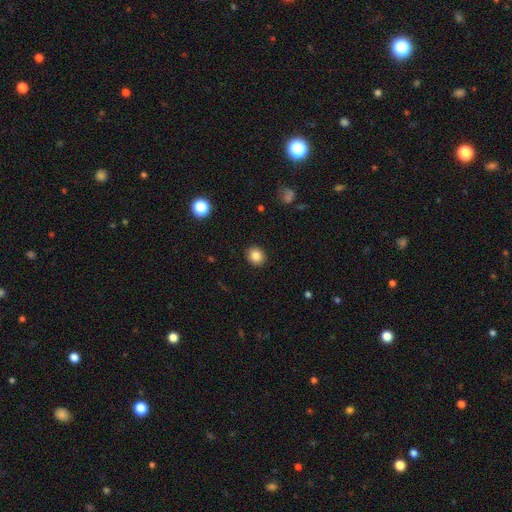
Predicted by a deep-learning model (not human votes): Overall: smooth (84%). How rounded: round (74%). Merging: none (91%).